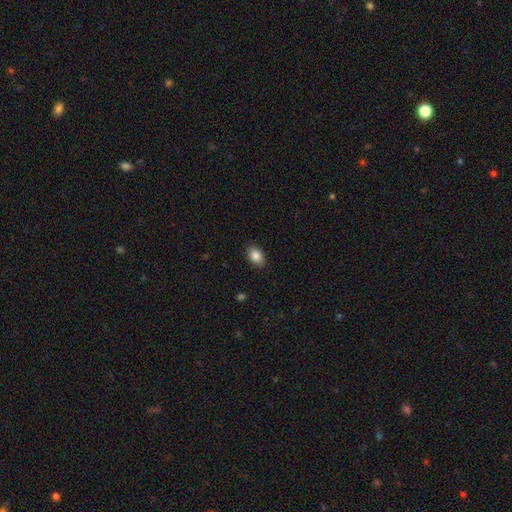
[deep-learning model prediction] Morphology: type=smooth (87%); roundness=in between (82%); merging=none (88%).